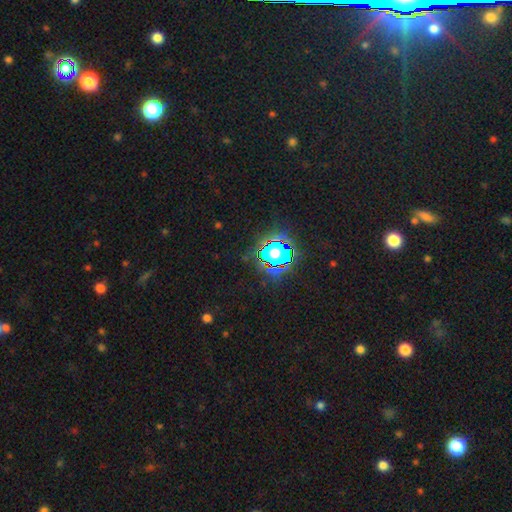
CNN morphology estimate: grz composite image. It shows a star or artifact, not a galaxy (81%).